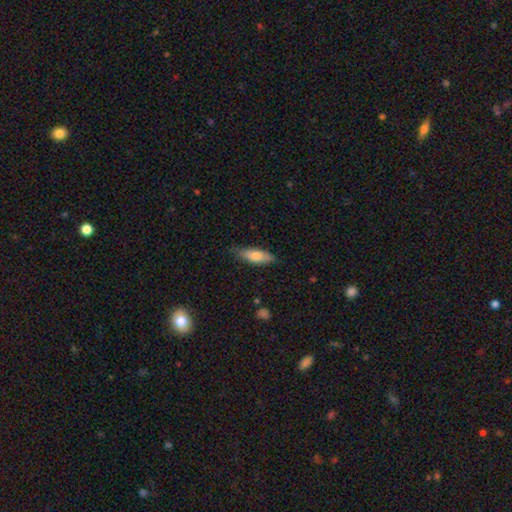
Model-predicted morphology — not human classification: A smooth galaxy with no disk features (75%) that is in between round and cigar-shaped (57%). Merging: none (73%).